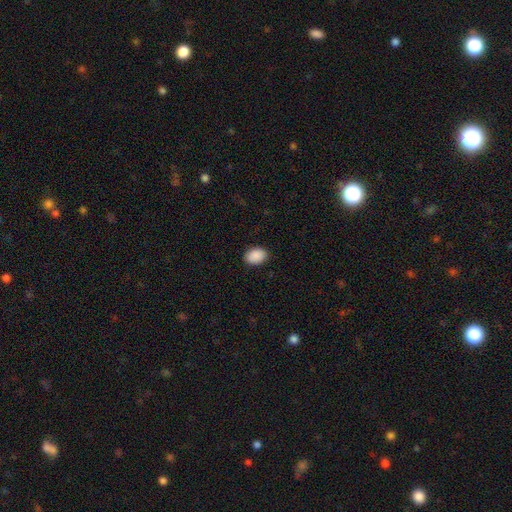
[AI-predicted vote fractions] The model was most divided on "how rounded": in between: 81%, round: 18%, cigar-shaped: 1%. More confident: smooth or featured — smooth (91%); merging — none (89%).